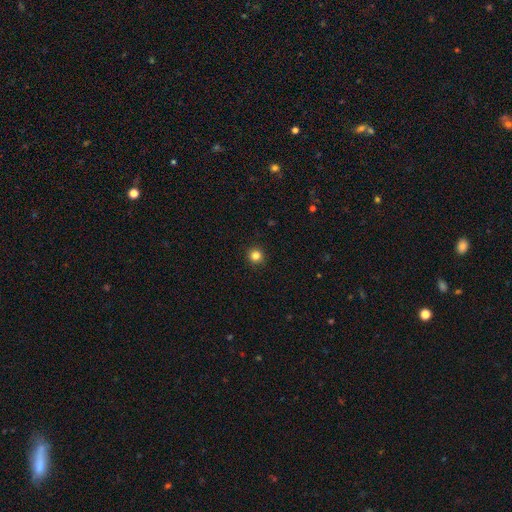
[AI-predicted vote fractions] This is clearly a smooth galaxy (84%). How rounded: clearly round (95%). Merging: clearly none (93%).